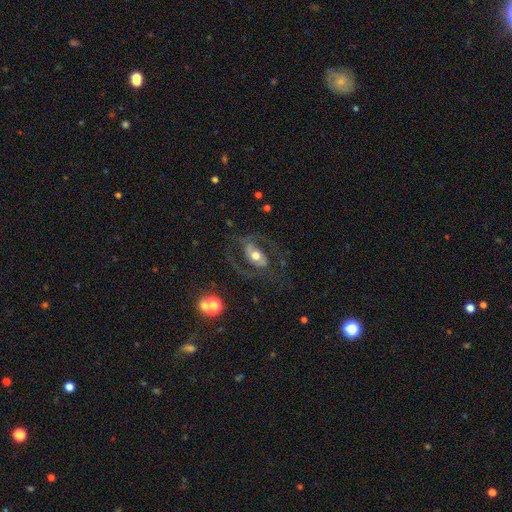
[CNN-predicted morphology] This is likely a featured or disk galaxy (76%). It is clearly not viewed edge-on (96%). Bar: marginally no (41%). Spiral arm pattern: clearly yes (83%). Spiral arm count: clearly 2 (87%). Spiral winding: possibly medium (53%). Central bulge: likely moderate (68%). Merging: likely none (65%).